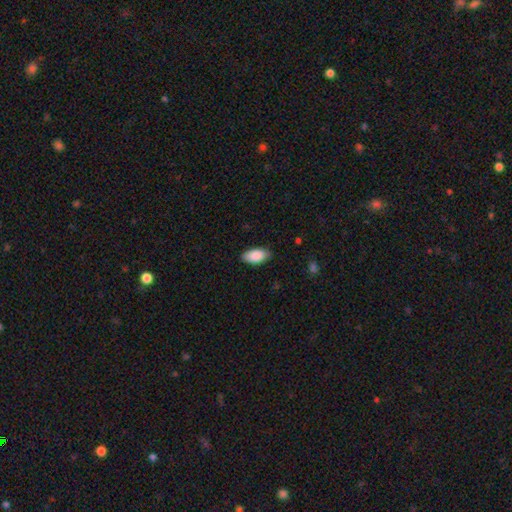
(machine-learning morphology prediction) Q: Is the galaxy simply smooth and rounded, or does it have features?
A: smooth — 89%.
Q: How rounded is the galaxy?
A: in between — 94%.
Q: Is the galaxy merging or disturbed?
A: none — 85%.